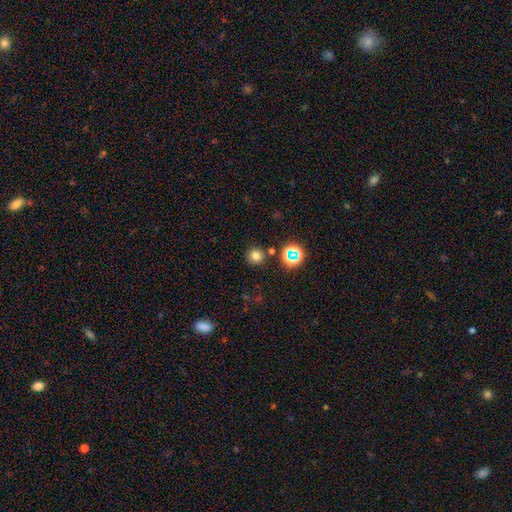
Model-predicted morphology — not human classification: This appears to be a smooth galaxy with no disk features (74%) that is round (94%). Merging: none (86%).